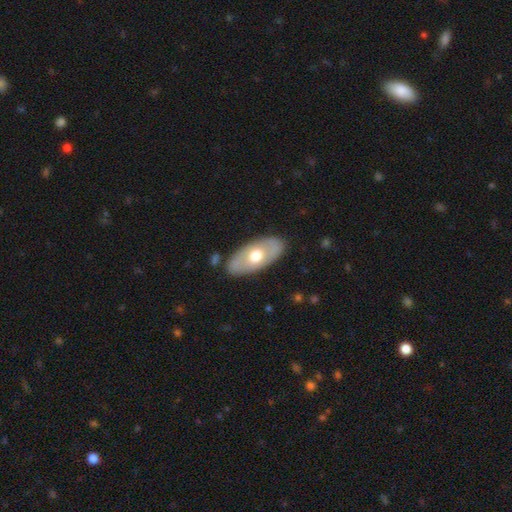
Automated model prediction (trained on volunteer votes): Morphology: type=smooth (53%); roundness=in between (91%); merging=none (85%).